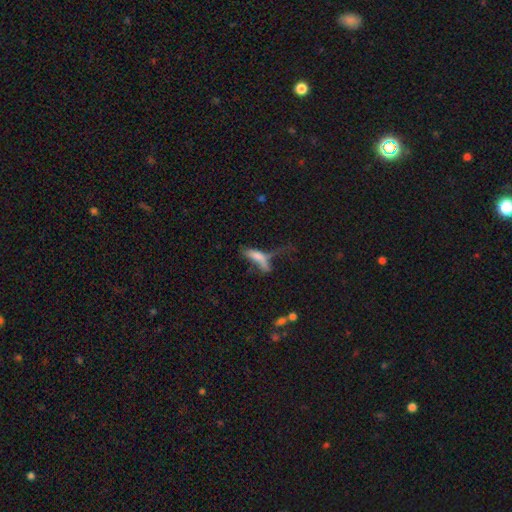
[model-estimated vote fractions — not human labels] smooth_or_featured: smooth (p=0.56) [alt: featured or disk p=0.32]
how_rounded: cigar-shaped (p=0.61) [alt: in between p=0.36]
merging: major disturbance (p=0.38) [alt: none p=0.24]